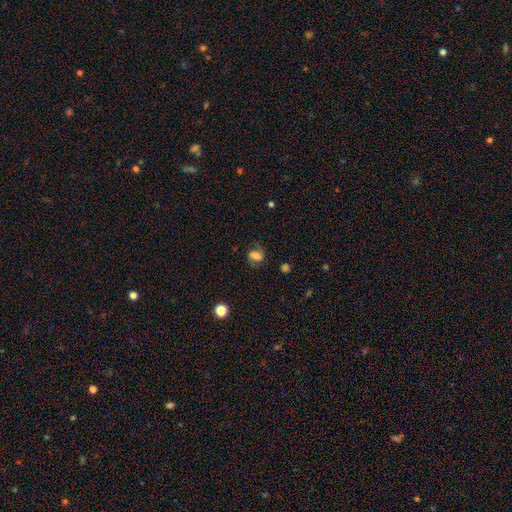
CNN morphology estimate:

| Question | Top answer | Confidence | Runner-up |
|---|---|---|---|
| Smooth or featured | smooth | 61% | featured or disk (27%) |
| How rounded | in between | 64% | round (33%) |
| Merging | none | 67% | minor disturbance (21%) |